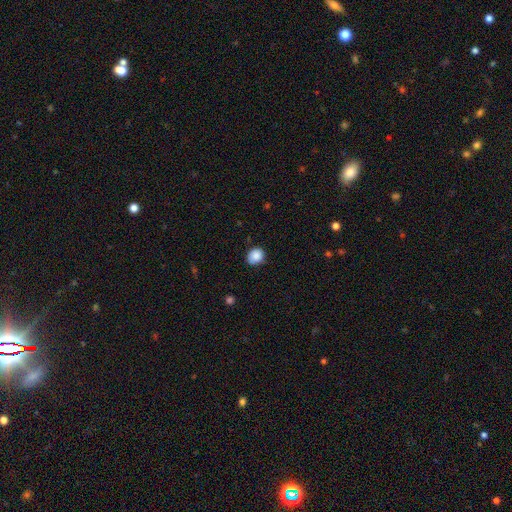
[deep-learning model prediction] Overall: smooth (87%). How rounded: round (63%; in between 37%). Merging: none (74%).